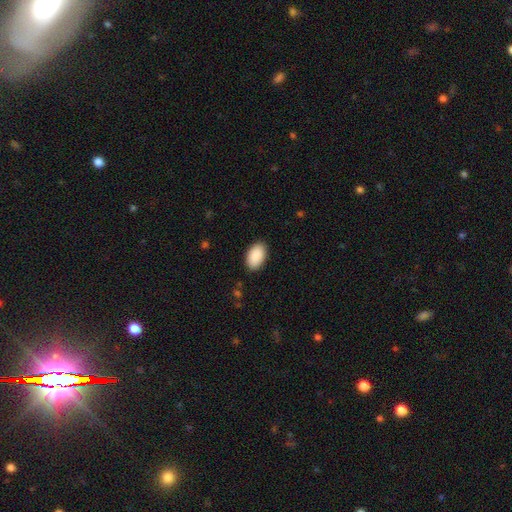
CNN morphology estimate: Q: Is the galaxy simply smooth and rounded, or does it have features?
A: smooth — 91%.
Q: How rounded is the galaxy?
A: in between — 95%.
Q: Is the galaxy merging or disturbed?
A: none — 89%.